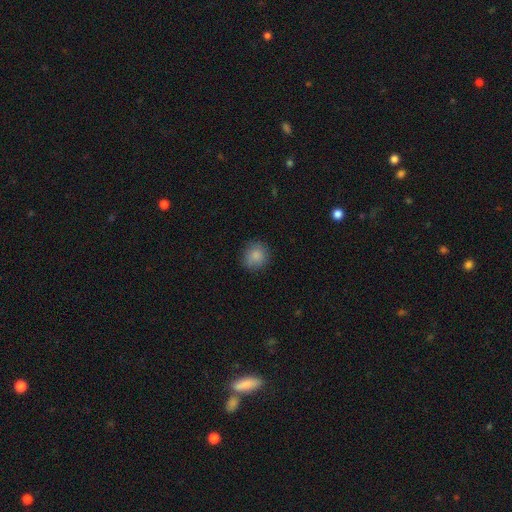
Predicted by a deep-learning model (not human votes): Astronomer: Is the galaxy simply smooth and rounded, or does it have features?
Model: smooth — 86%.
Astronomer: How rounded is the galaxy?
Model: round — 89%.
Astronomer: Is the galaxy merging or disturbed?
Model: none — 85%.